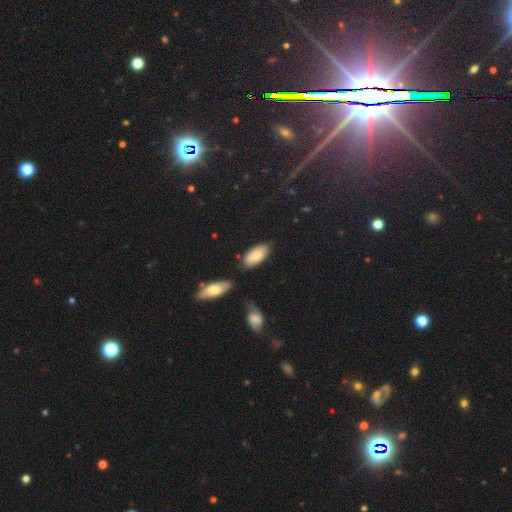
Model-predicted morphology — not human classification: Smooth or featured? Predicted: smooth (p=0.83). How rounded? Predicted: in between (p=0.92). Merging? Predicted: none (p=0.74).